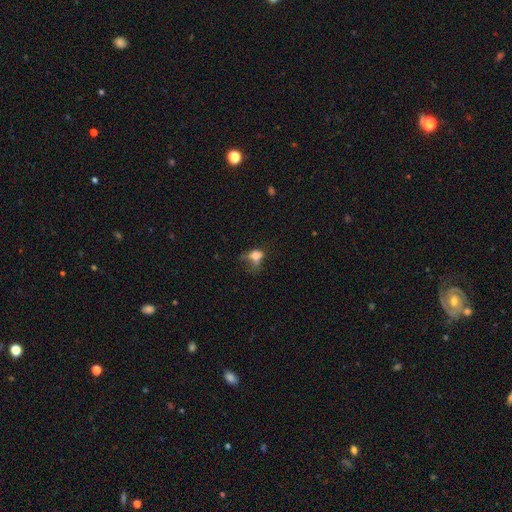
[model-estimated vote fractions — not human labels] Smooth or featured?
  - smooth: 65% *
  - featured or disk: 21%
  - star or artifact: 14%
How rounded?
  - in between: 60% *
  - round: 37%
  - cigar-shaped: 3%
Merging?
  - major disturbance: 46% *
  - minor disturbance: 24%
  - none: 23%
  - merger: 8%